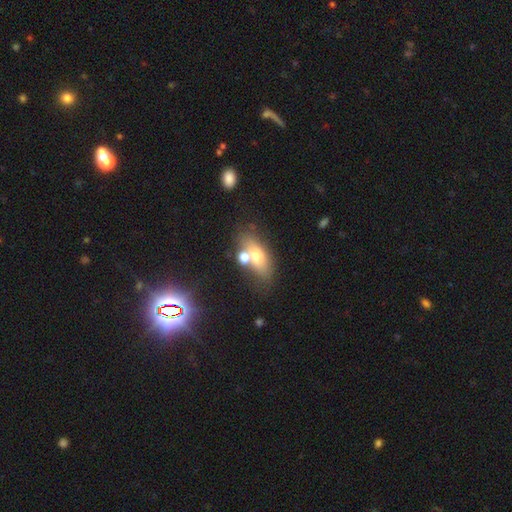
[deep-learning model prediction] This appears to be a smooth galaxy with no disk features (61%) that is in between round and cigar-shaped (76%). Merging: none (52%).